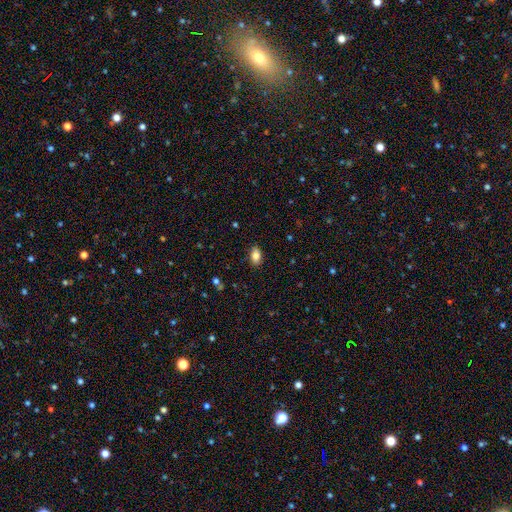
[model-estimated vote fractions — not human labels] Morphology: type=smooth (83%); roundness=in between (90%); merging=none (87%).